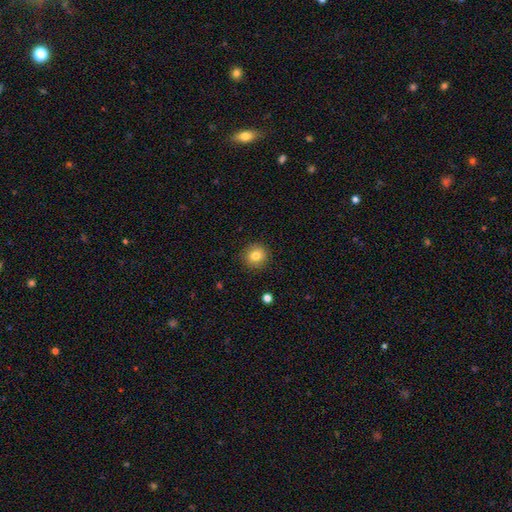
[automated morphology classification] This appears to be a smooth galaxy with no disk features (80%) that is round (92%). Merging: none (90%).